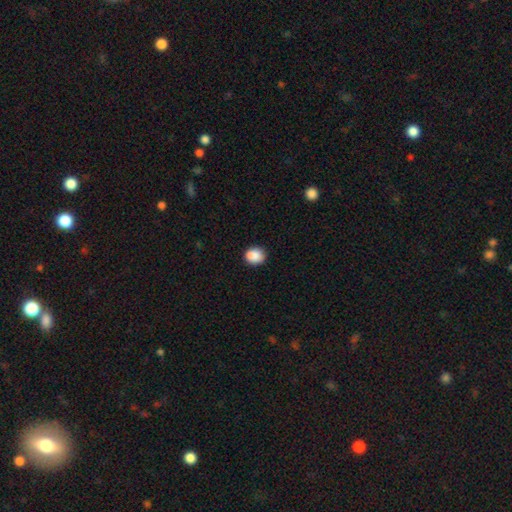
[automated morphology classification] smooth 89%, star or artifact 8%, featured or disk 3%. Down the decision tree: how rounded — round (68%); merging — none (87%).